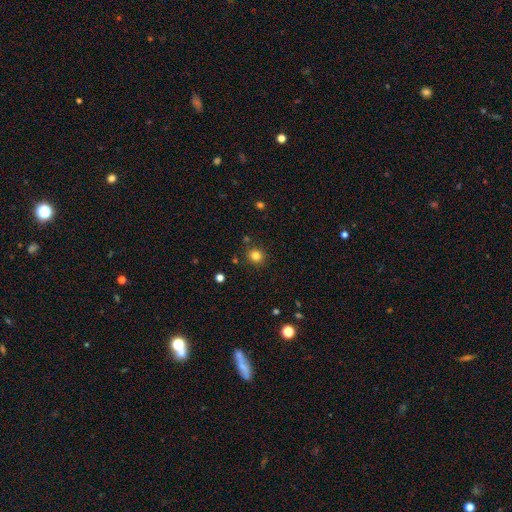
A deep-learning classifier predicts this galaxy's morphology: Smooth or featured? smooth (81%)
How rounded? round (89%)
Merging? none (87%)